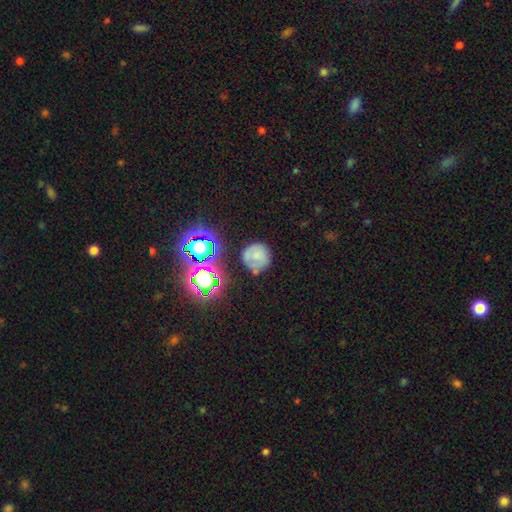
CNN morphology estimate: A smooth galaxy with no disk features (67%) that is round (92%). Merging: none (65%).